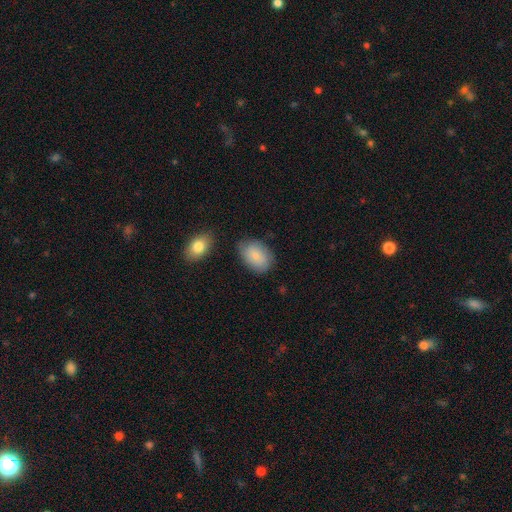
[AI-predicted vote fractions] This appears to be a smooth galaxy with no disk features (76%) that is in between round and cigar-shaped (84%). Merging: none (73%).